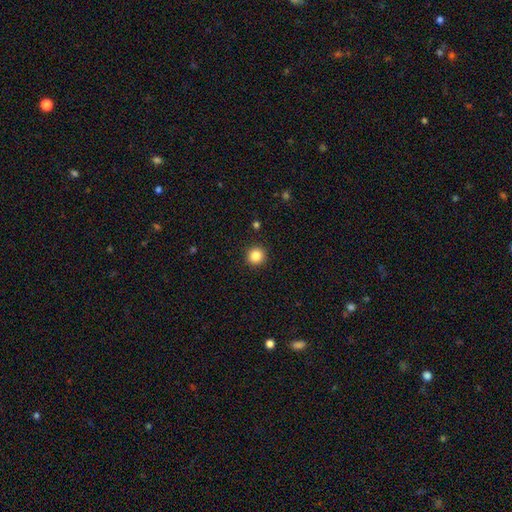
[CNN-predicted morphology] A smooth galaxy with no disk features (86%) that is round (94%).

Vote fractions:
- Smooth or featured? smooth: 86% / star or artifact: 11% / featured or disk: 4%
- How rounded? round: 94% / in between: 5% / cigar-shaped: 1%
- Merging? none: 92% / minor disturbance: 5% / major disturbance: 2% / merger: 1%